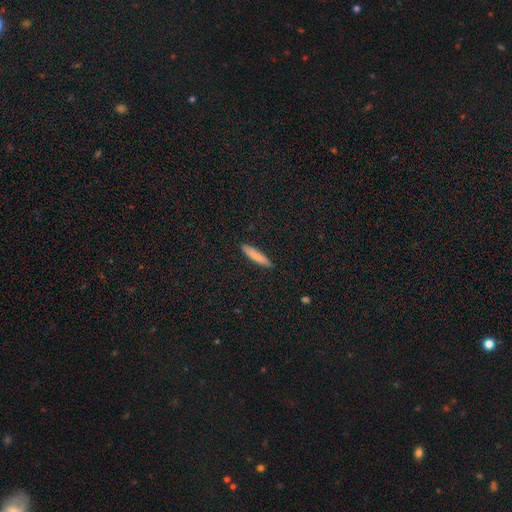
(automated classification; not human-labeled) Smooth or featured? Predicted: smooth (p=0.83). How rounded? Predicted: cigar-shaped (p=0.87). Merging? Predicted: none (p=0.90).